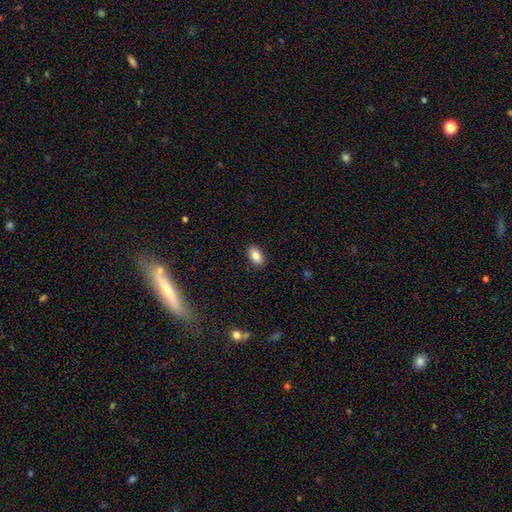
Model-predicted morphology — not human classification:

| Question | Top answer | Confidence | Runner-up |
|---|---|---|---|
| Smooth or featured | smooth | 86% | star or artifact (8%) |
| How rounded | in between | 91% | round (8%) |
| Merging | none | 89% | minor disturbance (8%) |